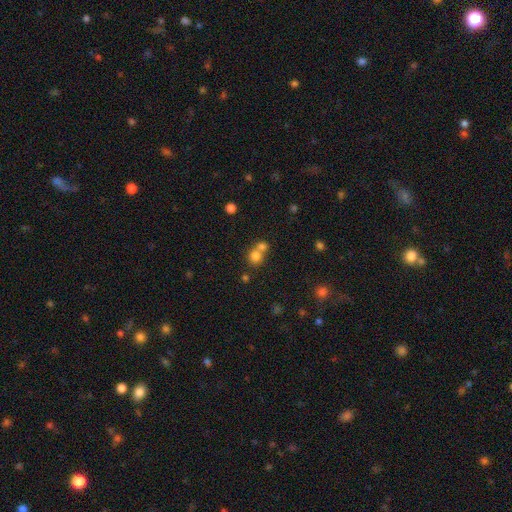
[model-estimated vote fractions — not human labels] Overall: smooth (77%). How rounded: round (84%). Merging: merger (48%; none 44%).